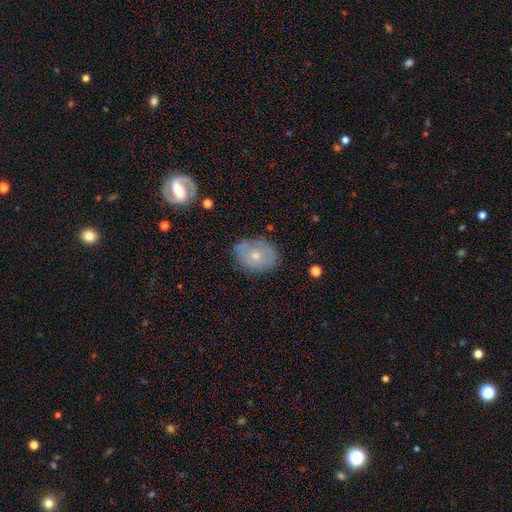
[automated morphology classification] This appears to be a smooth galaxy with no disk features (64%) that is in between round and cigar-shaped (65%). Merging: none (75%).